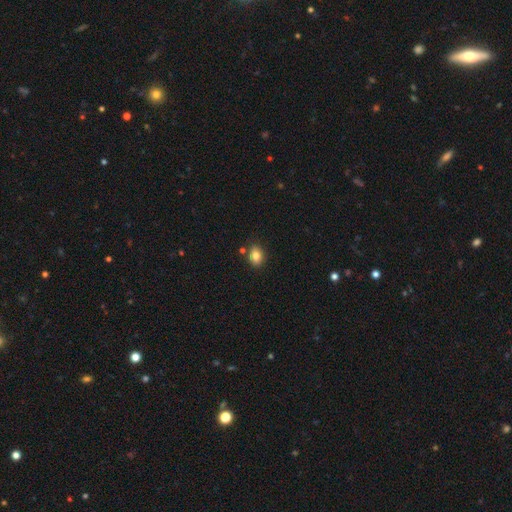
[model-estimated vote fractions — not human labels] The model was most divided on "how rounded": in between: 60%, round: 39%, cigar-shaped: 1%. More confident: merging — none (82%); smooth or featured — smooth (82%).